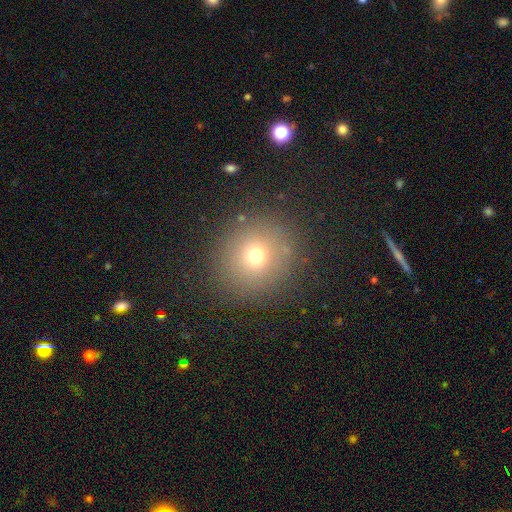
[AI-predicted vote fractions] Smooth or featured: smooth — 69% (star or artifact — 19%)
How rounded: round — 90% (in between — 9%)
Merging: none — 87% (minor disturbance — 8%)